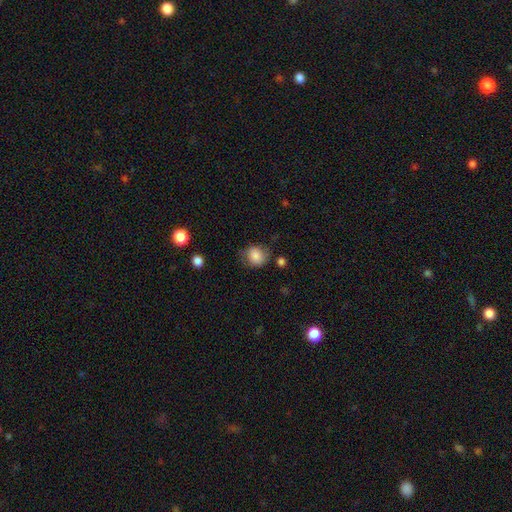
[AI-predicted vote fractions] Smooth or featured: smooth — 85% (star or artifact — 8%)
How rounded: round — 72% (in between — 28%)
Merging: none — 69% (minor disturbance — 21%)